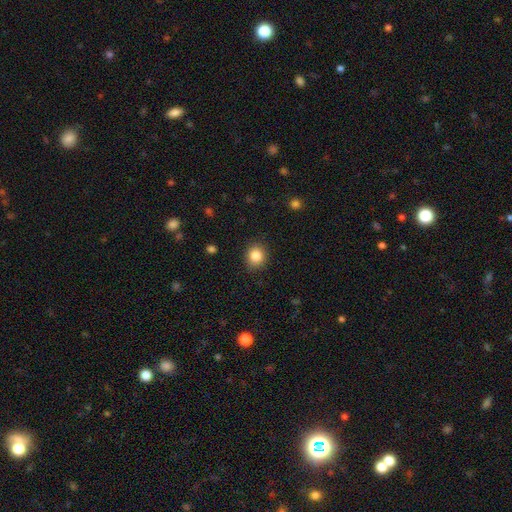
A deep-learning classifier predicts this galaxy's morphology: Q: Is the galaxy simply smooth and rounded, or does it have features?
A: smooth — 85%.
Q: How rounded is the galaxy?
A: round — 80%.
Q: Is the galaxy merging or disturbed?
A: none — 89%.